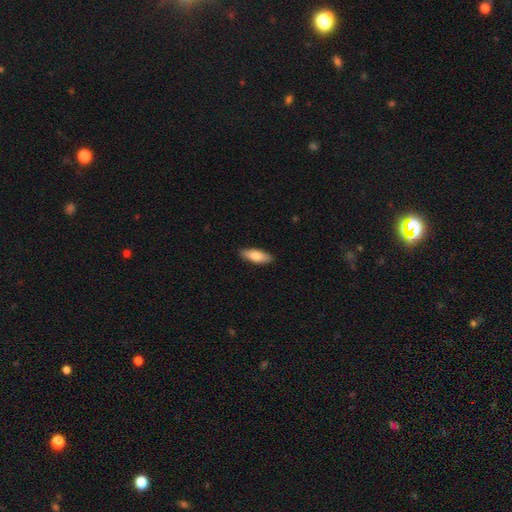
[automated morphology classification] Smooth or featured? smooth (77%)
How rounded? in between (66%)
Merging? none (89%)